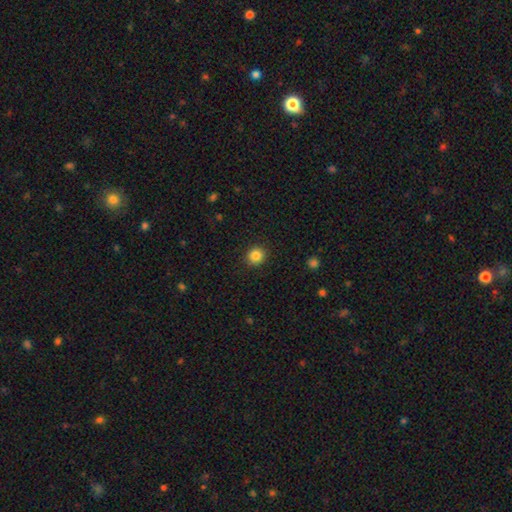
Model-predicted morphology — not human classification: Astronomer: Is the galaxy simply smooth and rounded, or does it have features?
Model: smooth — 85%.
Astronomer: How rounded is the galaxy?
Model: round — 89%.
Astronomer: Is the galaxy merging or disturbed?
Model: none — 91%.